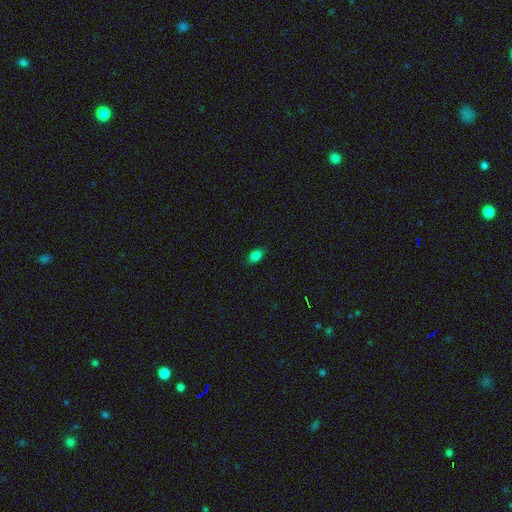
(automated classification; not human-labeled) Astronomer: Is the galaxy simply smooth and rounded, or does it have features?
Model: smooth — 82%.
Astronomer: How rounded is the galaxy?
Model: in between — 85%.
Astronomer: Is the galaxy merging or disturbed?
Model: none — 84%.